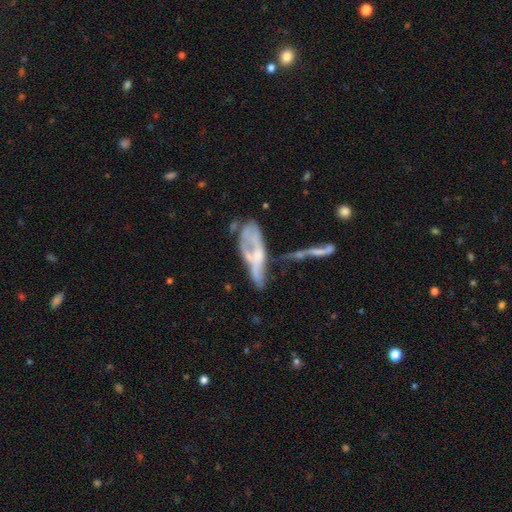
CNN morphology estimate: This is possibly a featured or disk galaxy (59%). It is clearly not viewed edge-on (81%). Merging: marginally merger (34%).